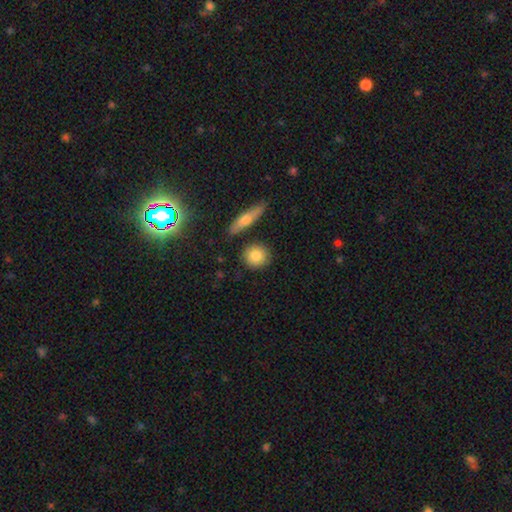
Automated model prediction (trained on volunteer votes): The model was most divided on "how rounded": round: 84%, in between: 13%, cigar-shaped: 3%. More confident: merging — none (84%); smooth or featured — smooth (84%).